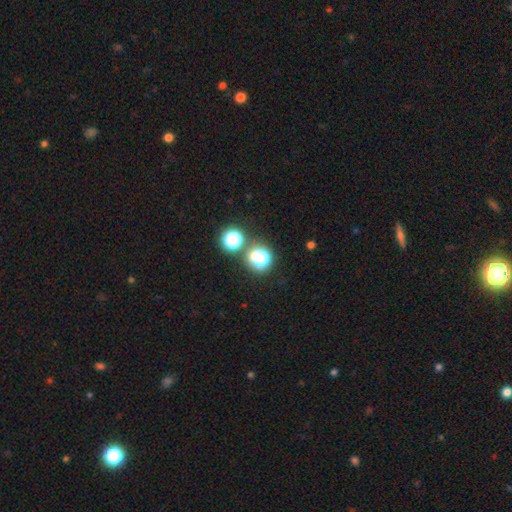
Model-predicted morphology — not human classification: This appears to be a smooth galaxy with no disk features (63%) that is round (76%). Merging: none (55%).